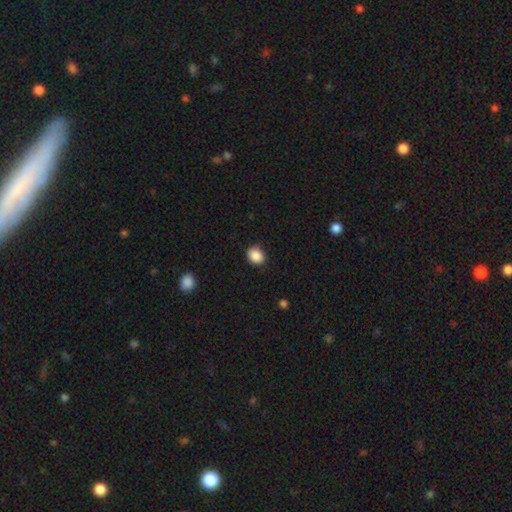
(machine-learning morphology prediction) This appears to be a smooth galaxy with no disk features (88%) that is round (61%). Merging: none (79%).